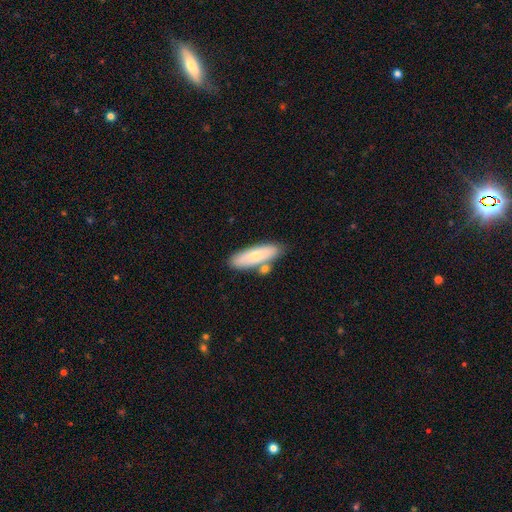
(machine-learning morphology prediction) Smooth or featured? Predicted: smooth (p=0.72). How rounded? Predicted: cigar-shaped (p=0.49, tied with in between). Merging? Predicted: none (p=0.73).